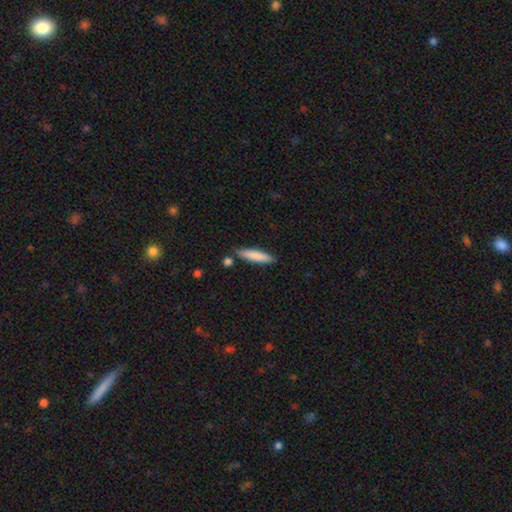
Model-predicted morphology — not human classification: A smooth galaxy with no disk features (81%) that is cigar-shaped (81%).

Vote fractions:
- Smooth or featured? smooth: 81% / featured or disk: 13% / star or artifact: 6%
- How rounded? cigar-shaped: 81% / in between: 17% / round: 1%
- Merging? none: 81% / minor disturbance: 12% / merger: 5% / major disturbance: 2%